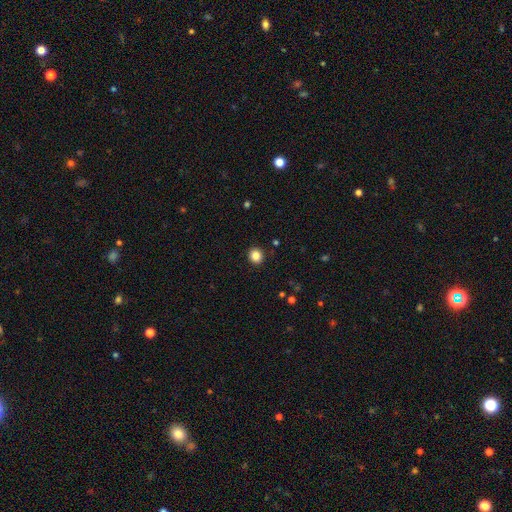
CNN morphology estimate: Smooth or featured? Predicted: smooth (p=0.85). How rounded? Predicted: round (p=0.86). Merging? Predicted: none (p=0.92).